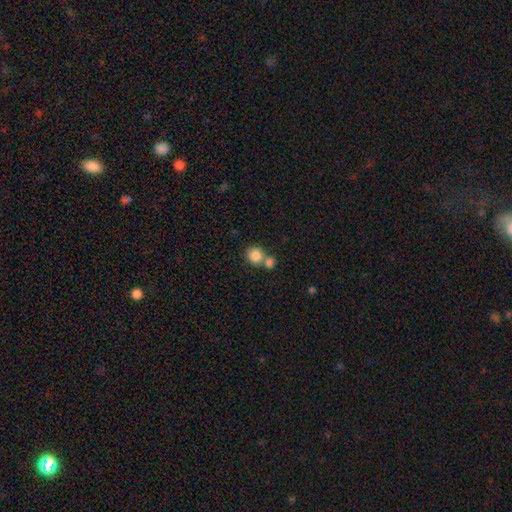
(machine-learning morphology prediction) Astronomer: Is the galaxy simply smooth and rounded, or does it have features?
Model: smooth — 84%.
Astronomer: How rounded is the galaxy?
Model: round — 86%.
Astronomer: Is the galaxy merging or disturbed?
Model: none — 49% (runner-up: merger, 42%).